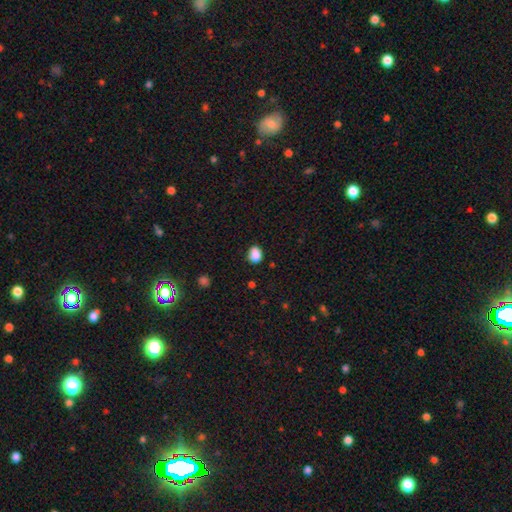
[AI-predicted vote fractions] Smooth or featured: smooth — 86% (star or artifact — 9%)
How rounded: in between — 58% (round — 41%)
Merging: none — 70% (minor disturbance — 23%)